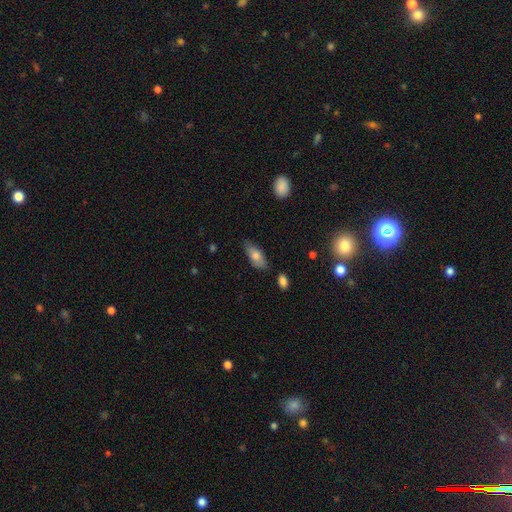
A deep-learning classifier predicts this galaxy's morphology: A smooth galaxy with no disk features (74%) that is in between round and cigar-shaped (83%). Merging: none (75%).